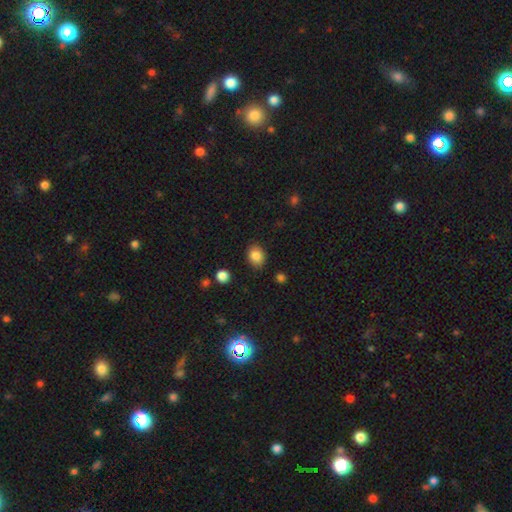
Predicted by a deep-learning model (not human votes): smooth-or-featured: smooth: 85% | star or artifact: 9% | featured or disk: 6%
  how-rounded: in between: 56% | round: 43% | cigar-shaped: 1%
  merging: none: 85% | minor disturbance: 11% | major disturbance: 3% | merger: 2%